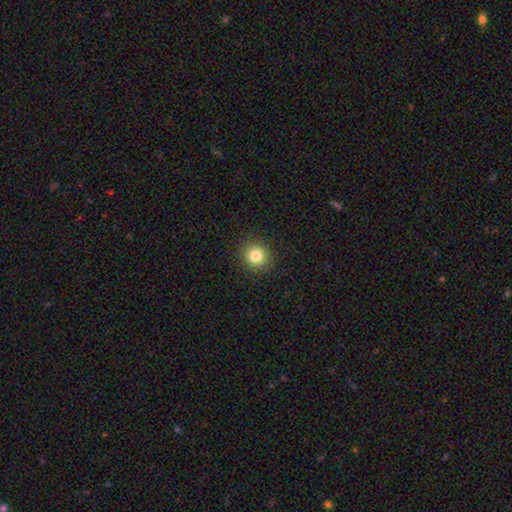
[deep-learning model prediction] Smooth or featured?
  - smooth: 82% *
  - star or artifact: 11%
  - featured or disk: 7%
How rounded?
  - round: 88% *
  - in between: 11%
  - cigar-shaped: 1%
Merging?
  - none: 91% *
  - minor disturbance: 6%
  - major disturbance: 2%
  - merger: 1%